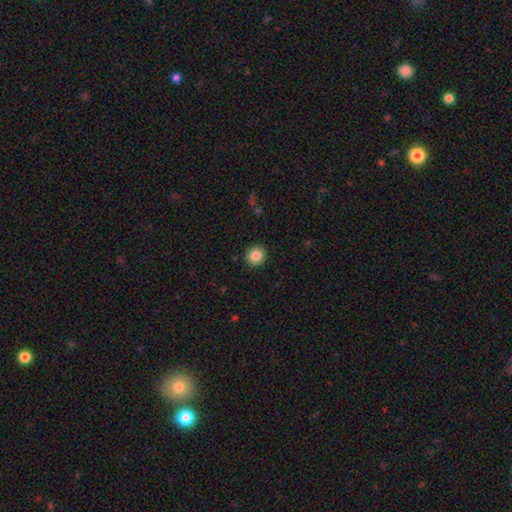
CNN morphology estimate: smooth_or_featured: smooth (p=0.86) [alt: star or artifact p=0.10]
how_rounded: round (p=0.88) [alt: in between p=0.12]
merging: none (p=0.91) [alt: minor disturbance p=0.06]